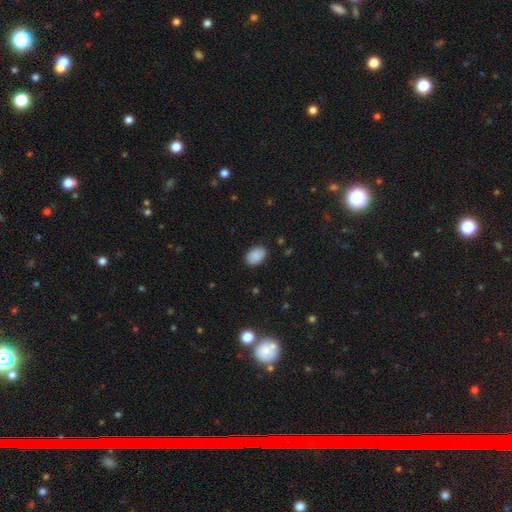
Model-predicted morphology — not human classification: A smooth galaxy with no disk features (88%) that is in between round and cigar-shaped (84%). Merging: none (84%).